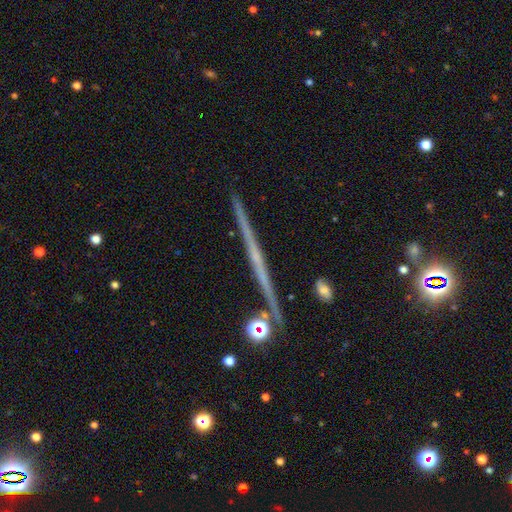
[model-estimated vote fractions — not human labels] The model was most divided on "smooth or featured": featured or disk: 72%, smooth: 19%, star or artifact: 9%. More confident: edge-on disk — yes (98%); merging — none (91%); edge-on bulge — none (74%).